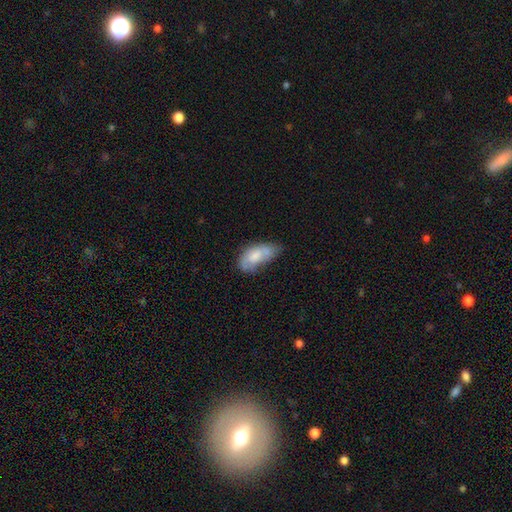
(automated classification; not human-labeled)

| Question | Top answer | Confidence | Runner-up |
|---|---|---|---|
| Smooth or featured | smooth | 64% | featured or disk (29%) |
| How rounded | in between | 90% | cigar-shaped (7%) |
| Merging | minor disturbance | 37% | none (35%) |